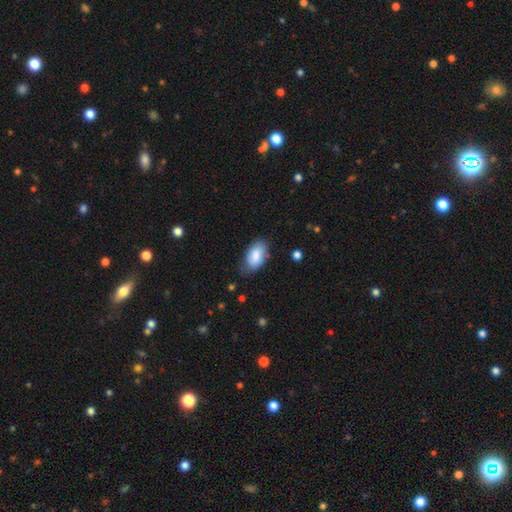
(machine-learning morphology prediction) Smooth or featured? Predicted: smooth (p=0.84). How rounded? Predicted: in between (p=0.94). Merging? Predicted: none (p=0.72).